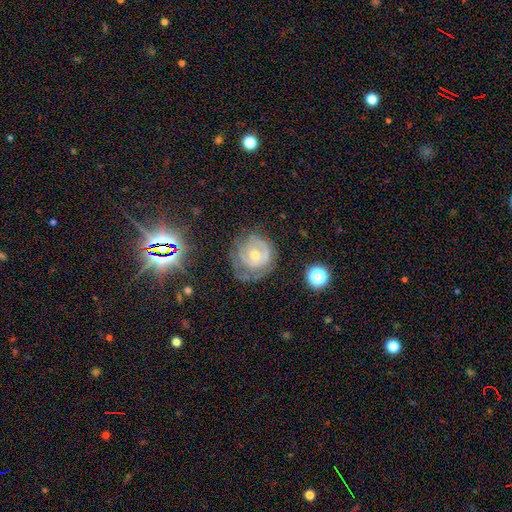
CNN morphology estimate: smooth_or_featured: featured or disk (p=0.71) [alt: smooth p=0.21]
disk_edge_on: no (p=0.97) [alt: yes p=0.03]
bar: no (p=0.67) [alt: weak p=0.28]
has_spiral_arms: yes (p=0.78) [alt: no p=0.22]
spiral_winding: tight (p=0.64) [alt: medium p=0.26]
spiral_arm_count: can't tell (p=0.43) [alt: 2 p=0.30]
bulge_size: small (p=0.49) [alt: moderate p=0.44]
merging: none (p=0.54) [alt: minor disturbance p=0.26]